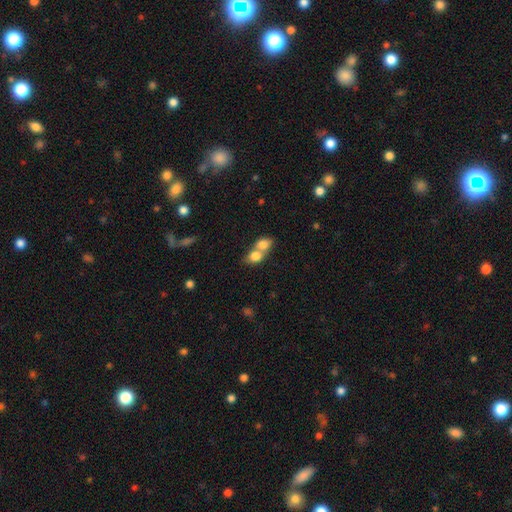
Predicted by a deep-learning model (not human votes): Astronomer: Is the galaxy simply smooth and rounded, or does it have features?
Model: smooth — 78%.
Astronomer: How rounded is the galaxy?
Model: in between — 60% (runner-up: round, 38%).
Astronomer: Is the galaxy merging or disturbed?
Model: merger — 75%.